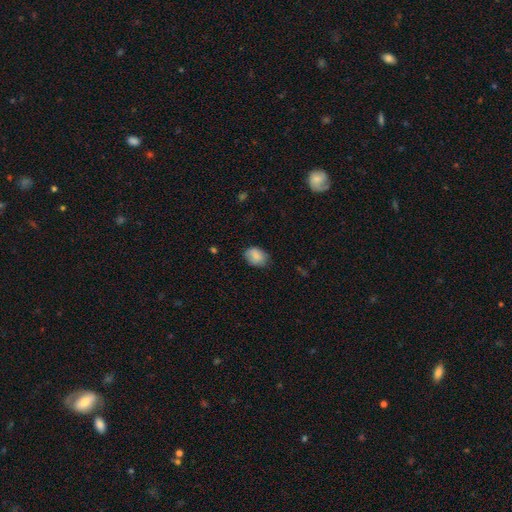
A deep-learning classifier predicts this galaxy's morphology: Q: Smooth or featured?
A: smooth (84%); runner-up: featured or disk (9%)
Q: How rounded?
A: in between (72%); runner-up: round (26%)
Q: Merging?
A: none (73%); runner-up: minor disturbance (22%)